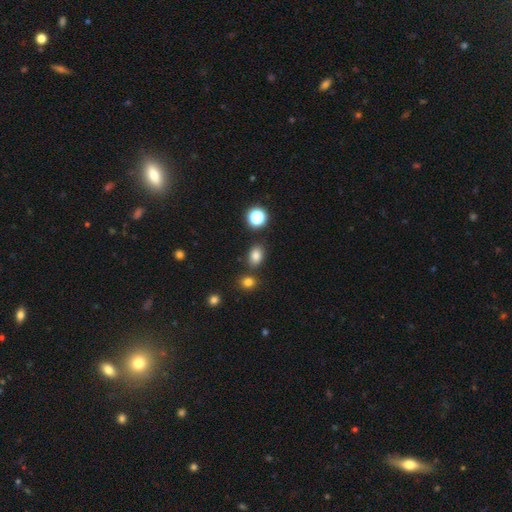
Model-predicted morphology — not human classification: smooth 81%, star or artifact 14%, featured or disk 5%. Down the decision tree: how rounded — in between (69%); merging — none (78%).